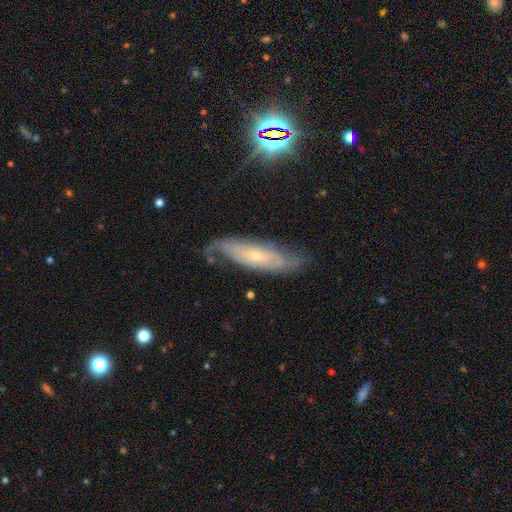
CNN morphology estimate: This is likely a featured or disk galaxy (69%). It is likely not viewed edge-on (76%). Bar: likely no (70%). Spiral arm pattern: clearly yes (82%). Central bulge: likely small (75%). Merging: possibly none (60%).